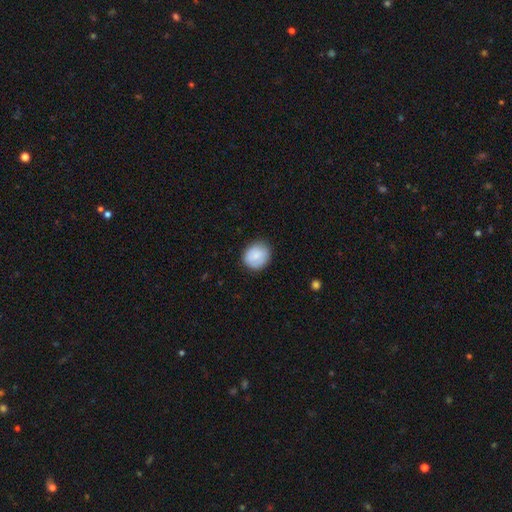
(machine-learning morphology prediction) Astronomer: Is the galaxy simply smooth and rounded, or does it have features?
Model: smooth — 82%.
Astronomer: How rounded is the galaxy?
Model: round — 77%.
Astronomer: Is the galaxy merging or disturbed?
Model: none — 83%.